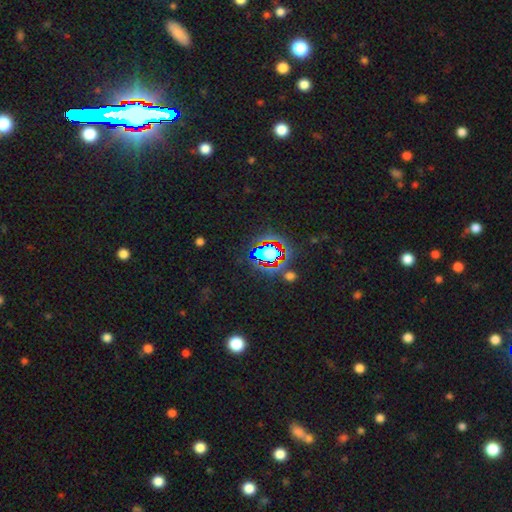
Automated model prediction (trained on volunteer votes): smooth-or-featured: star or artifact: 82% | smooth: 10% | featured or disk: 8%